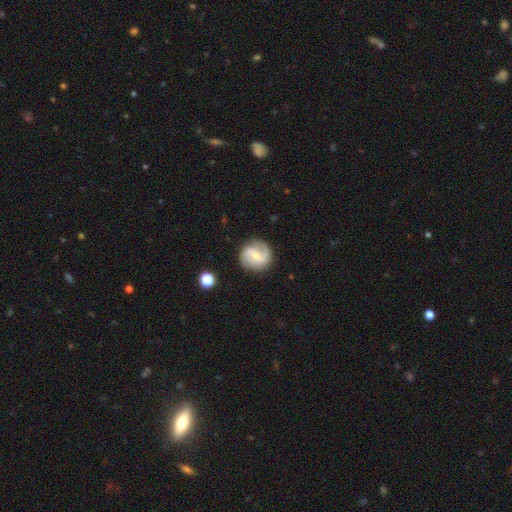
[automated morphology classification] A featured or disk galaxy (75%) with a weak bar (49%), 2 (87%) medium (46%) spiral arms (94%) and a small central bulge (55%). Merging: none (83%).